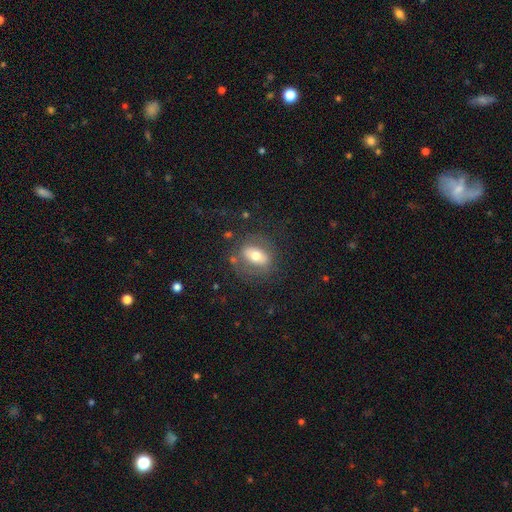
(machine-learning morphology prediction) Overall: smooth (58%; featured or disk 34%). How rounded: in between (77%). Merging: none (71%).